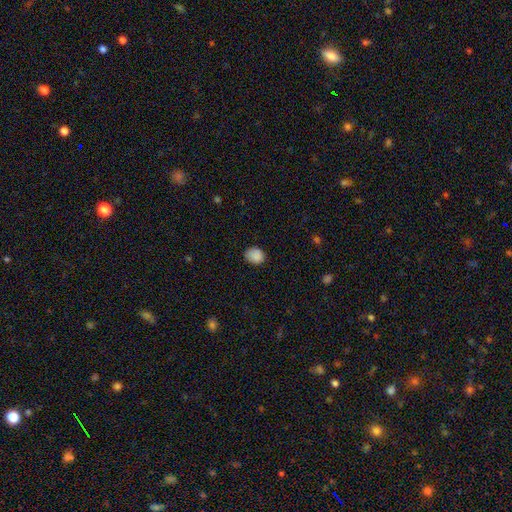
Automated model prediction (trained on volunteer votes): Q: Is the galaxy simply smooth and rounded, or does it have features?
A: smooth — 87%.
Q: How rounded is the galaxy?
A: round — 58%.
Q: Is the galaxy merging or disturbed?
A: none — 74%.